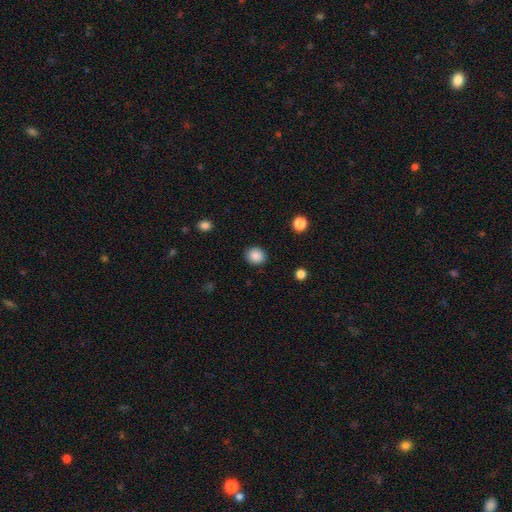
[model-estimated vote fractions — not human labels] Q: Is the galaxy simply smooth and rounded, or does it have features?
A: smooth — 88%.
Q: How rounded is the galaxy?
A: round — 75%.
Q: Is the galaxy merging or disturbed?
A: none — 89%.